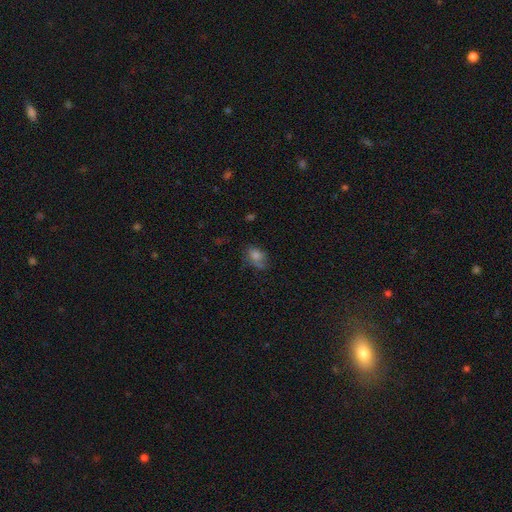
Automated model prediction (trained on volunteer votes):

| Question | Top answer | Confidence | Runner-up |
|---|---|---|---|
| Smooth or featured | smooth | 69% | star or artifact (16%) |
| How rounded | in between | 72% | round (26%) |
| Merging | none | 58% | minor disturbance (28%) |